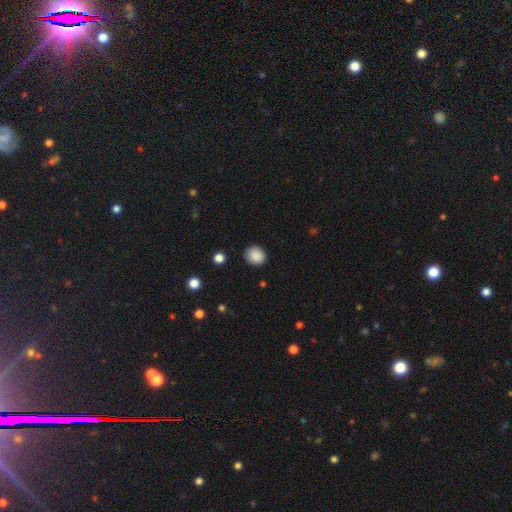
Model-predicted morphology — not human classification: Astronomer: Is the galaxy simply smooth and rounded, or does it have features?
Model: smooth — 88%.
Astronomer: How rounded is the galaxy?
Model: round — 83%.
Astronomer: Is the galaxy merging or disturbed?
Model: none — 89%.